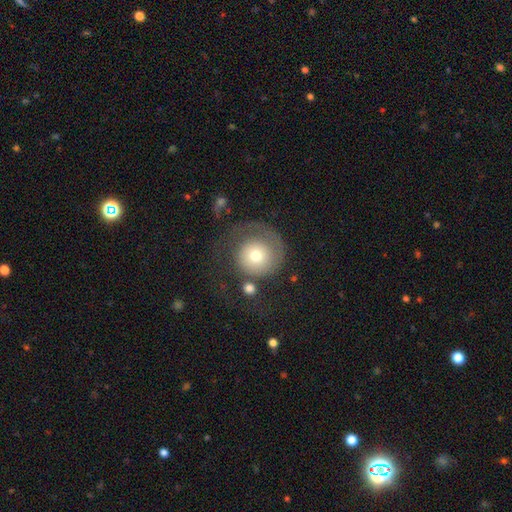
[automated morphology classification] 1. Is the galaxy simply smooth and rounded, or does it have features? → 58% smooth, 35% featured or disk, 8% star or artifact.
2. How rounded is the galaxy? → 92% round, 7% in between, 1% cigar-shaped.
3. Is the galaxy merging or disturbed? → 41% none, 37% major disturbance, 16% minor disturbance, 6% merger.